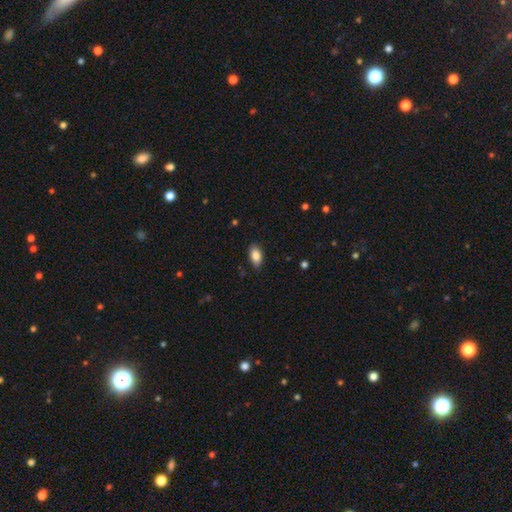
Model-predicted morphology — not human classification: smooth_or_featured: smooth (p=0.86) [alt: star or artifact p=0.07]
how_rounded: in between (p=0.92) [alt: round p=0.05]
merging: none (p=0.83) [alt: minor disturbance p=0.14]